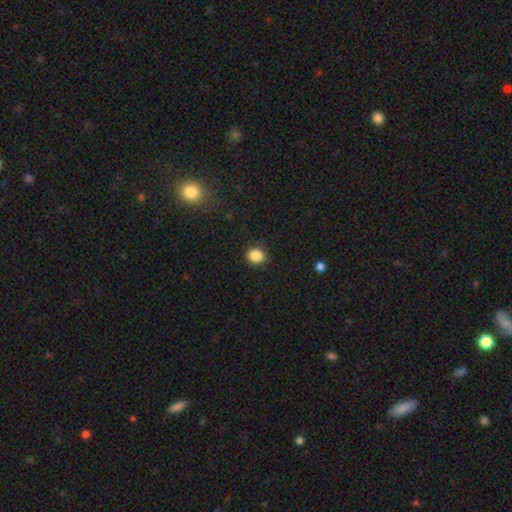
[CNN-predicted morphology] Smooth or featured? Predicted: smooth (p=0.87). How rounded? Predicted: round (p=0.78). Merging? Predicted: none (p=0.88).